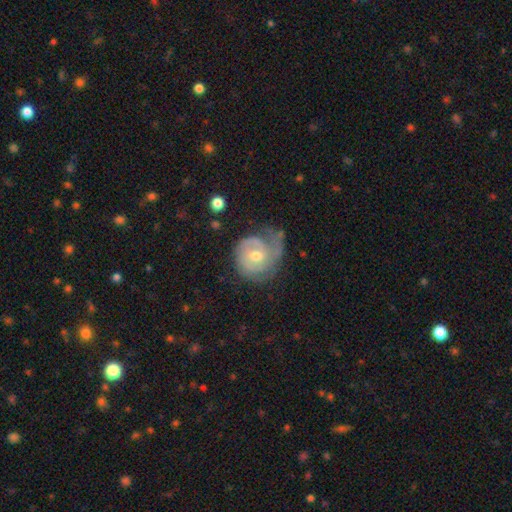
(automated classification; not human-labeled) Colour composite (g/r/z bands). It shows a featured or disk galaxy (74%) with no bar (63%), 2 (33%) tight (56%) spiral arms (89%) and a moderate central bulge (65%). Merging: none (46%).